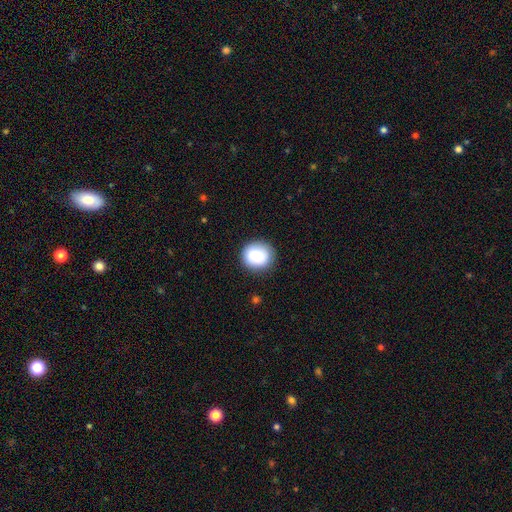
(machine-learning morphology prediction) type=smooth (85%); roundness=round (86%); merging=none (88%).